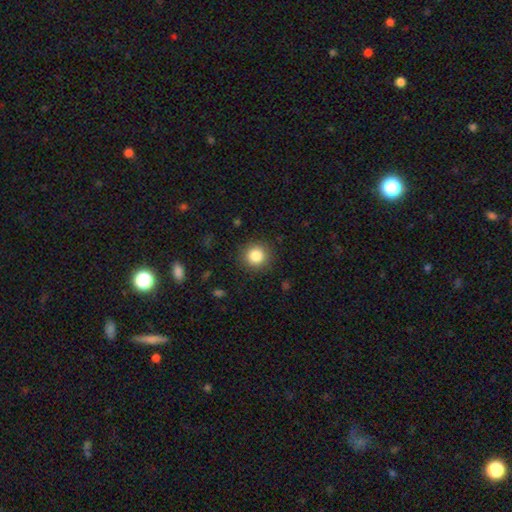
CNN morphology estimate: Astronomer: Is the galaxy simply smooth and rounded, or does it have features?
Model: smooth — 84%.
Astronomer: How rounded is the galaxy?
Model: round — 93%.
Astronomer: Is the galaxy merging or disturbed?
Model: none — 89%.